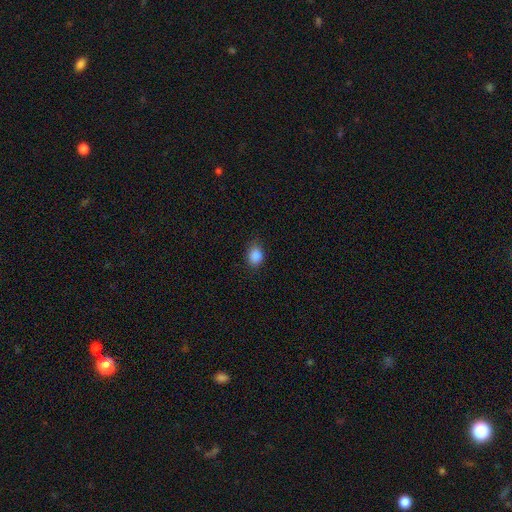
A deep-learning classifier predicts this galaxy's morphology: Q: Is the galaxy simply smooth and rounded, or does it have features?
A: smooth — 87%.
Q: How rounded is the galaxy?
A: in between — 54%.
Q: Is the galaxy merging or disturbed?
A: none — 81%.